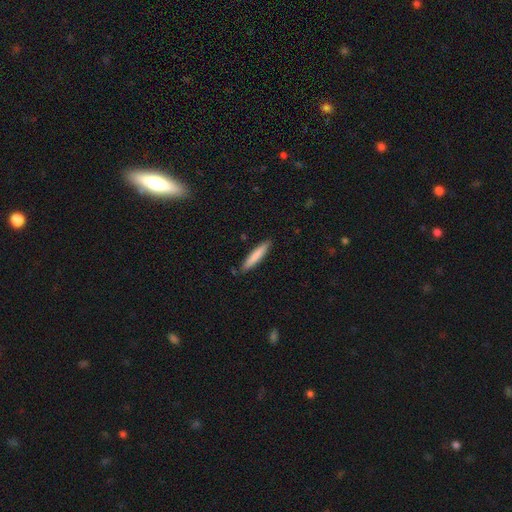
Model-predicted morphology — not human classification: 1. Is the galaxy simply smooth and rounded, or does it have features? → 79% smooth, 15% featured or disk, 6% star or artifact.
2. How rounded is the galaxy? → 91% cigar-shaped, 8% in between, 1% round.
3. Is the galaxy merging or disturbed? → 87% none, 10% minor disturbance, 2% major disturbance, 2% merger.